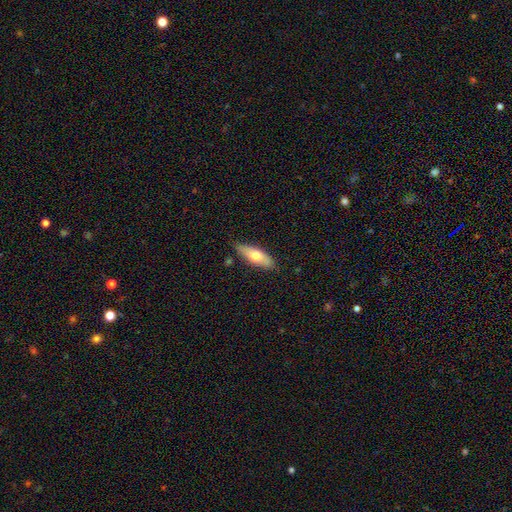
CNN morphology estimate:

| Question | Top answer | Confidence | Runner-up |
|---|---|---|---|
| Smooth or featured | smooth | 62% | featured or disk (32%) |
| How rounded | in between | 64% | cigar-shaped (34%) |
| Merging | none | 80% | minor disturbance (15%) |